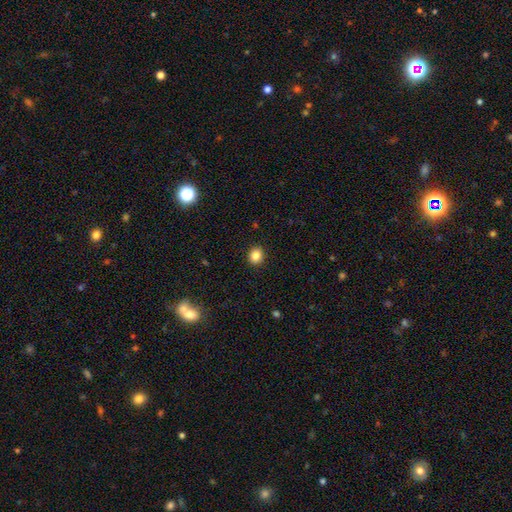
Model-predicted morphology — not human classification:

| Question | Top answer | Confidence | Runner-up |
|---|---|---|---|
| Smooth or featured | smooth | 85% | star or artifact (10%) |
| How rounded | round | 68% | in between (31%) |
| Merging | none | 92% | minor disturbance (6%) |